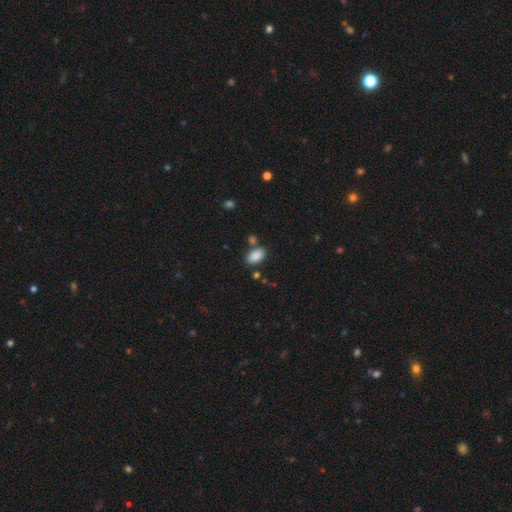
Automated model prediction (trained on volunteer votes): Smooth or featured? smooth (89%)
How rounded? in between (93%)
Merging? none (75%)